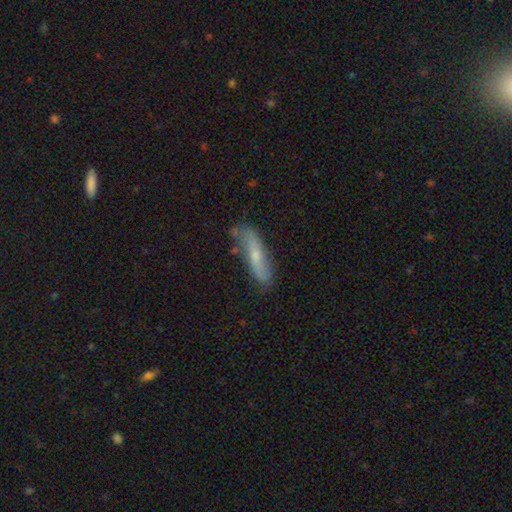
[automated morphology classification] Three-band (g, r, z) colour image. It shows a smooth galaxy with no disk features (51%) that is cigar-shaped (71%). Merging: none (68%).